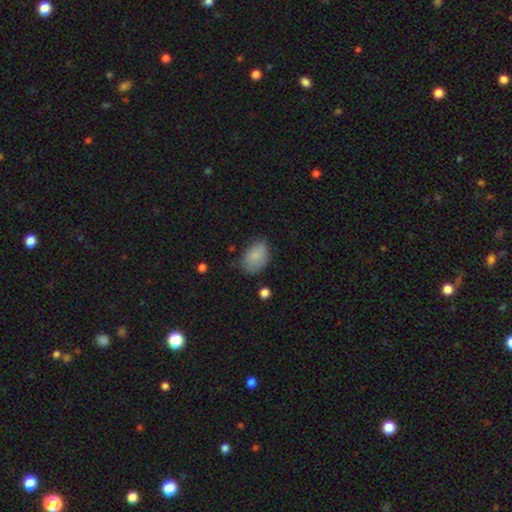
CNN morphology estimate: type=smooth (84%); roundness=in between (85%); merging=none (61%).